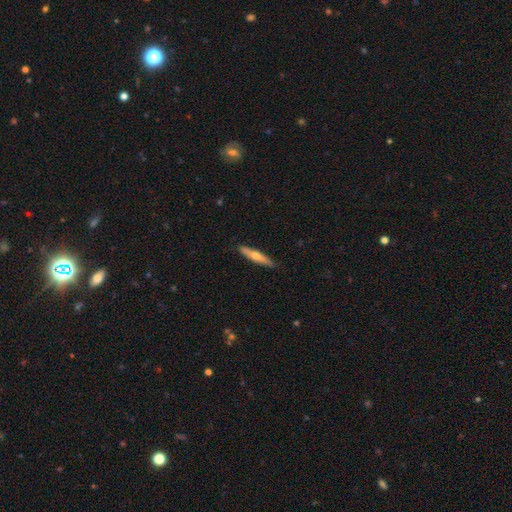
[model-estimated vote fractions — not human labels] This appears to be a smooth galaxy with no disk features (53%) that is cigar-shaped (89%). Merging: none (88%).